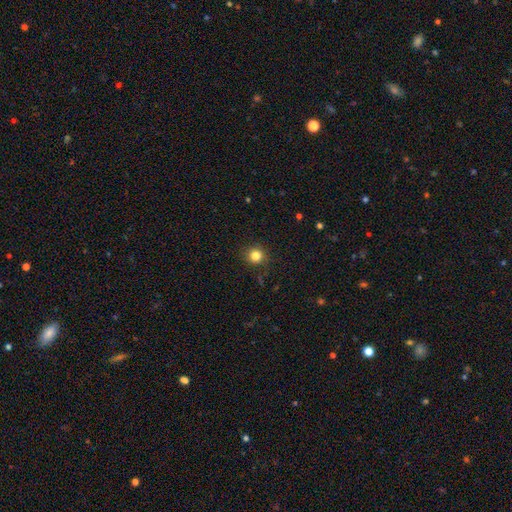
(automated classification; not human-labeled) Smooth or featured? Predicted: smooth (p=0.83). How rounded? Predicted: round (p=0.92). Merging? Predicted: none (p=0.89).